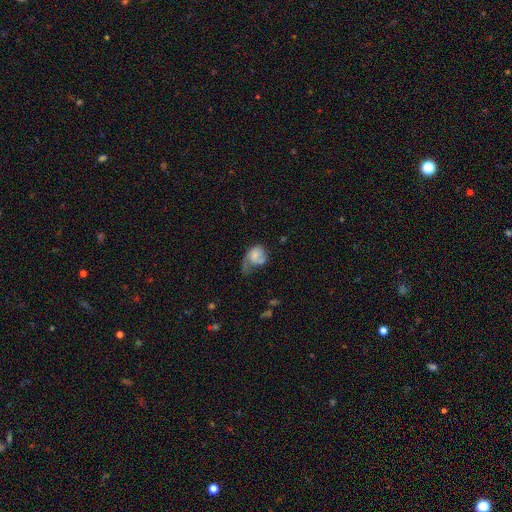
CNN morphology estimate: The model was most divided on "smooth or featured": smooth: 48%, featured or disk: 44%, star or artifact: 9%. Remaining: merging — major disturbance (45%).